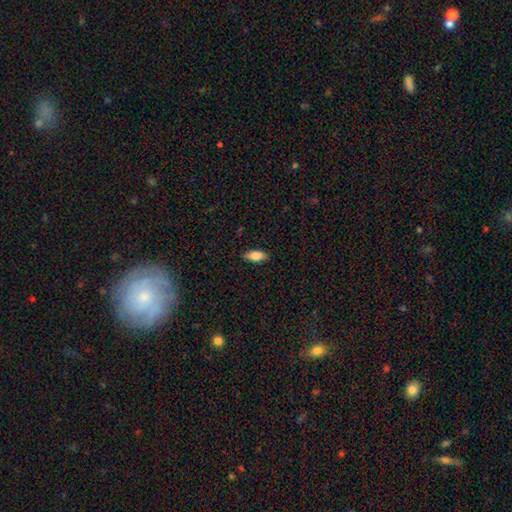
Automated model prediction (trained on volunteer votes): This appears to be a smooth galaxy with no disk features (83%) that is in between round and cigar-shaped (88%). Merging: none (88%).